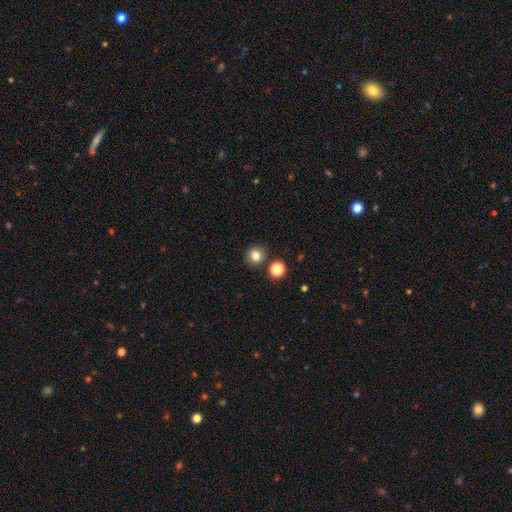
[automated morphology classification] Smooth or featured? Predicted: smooth (p=0.82). How rounded? Predicted: round (p=0.90). Merging? Predicted: none (p=0.85).